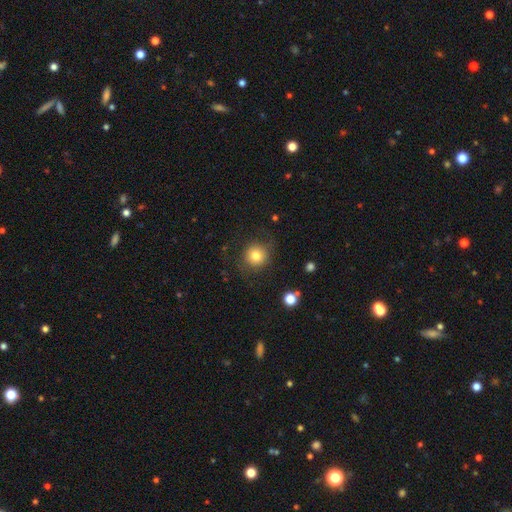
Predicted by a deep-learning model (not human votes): smooth 78%, star or artifact 11%, featured or disk 10%. Down the decision tree: how rounded — round (92%); merging — none (78%).